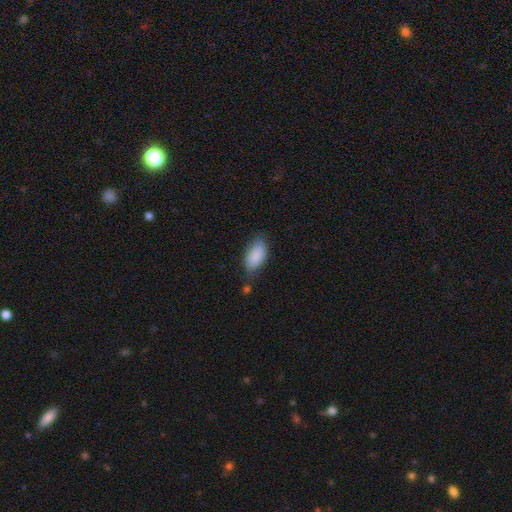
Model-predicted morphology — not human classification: This appears to be a smooth galaxy with no disk features (88%) that is in between round and cigar-shaped (93%). Merging: none (67%).